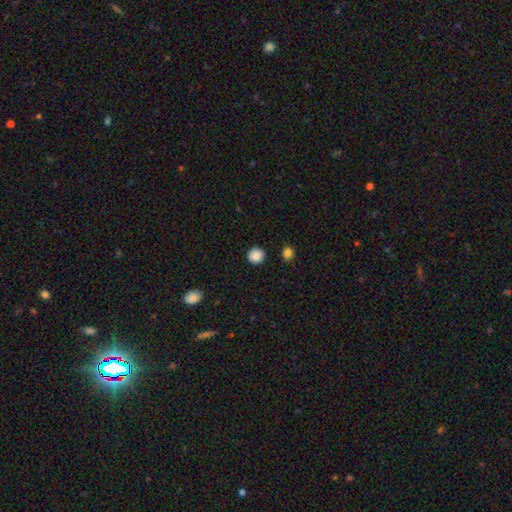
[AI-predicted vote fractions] smooth 88%, star or artifact 9%, featured or disk 3%. Down the decision tree: how rounded — round (91%); merging — none (91%).